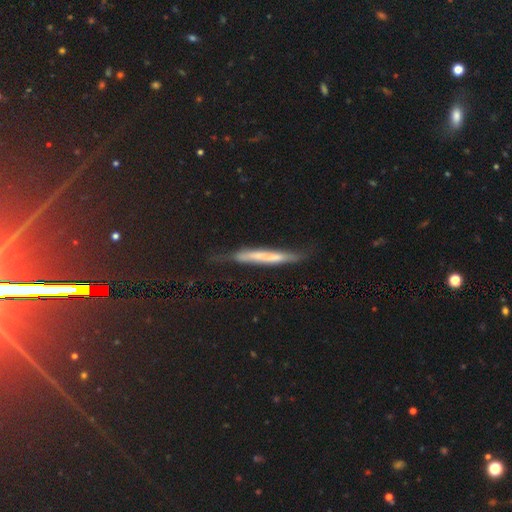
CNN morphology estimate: Smooth or featured? featured or disk (45%)
Merging? none (60%)